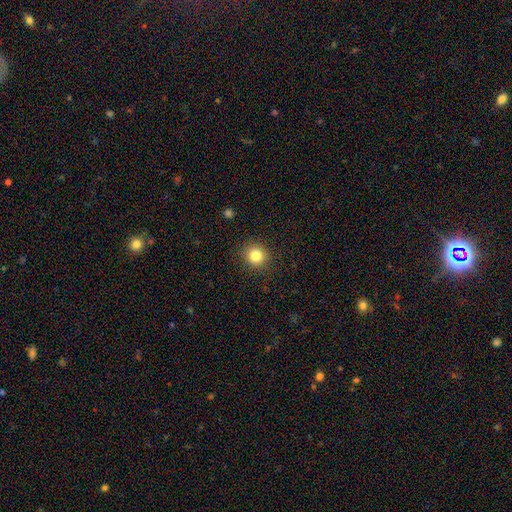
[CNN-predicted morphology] type=smooth (83%); roundness=round (90%); merging=none (91%).